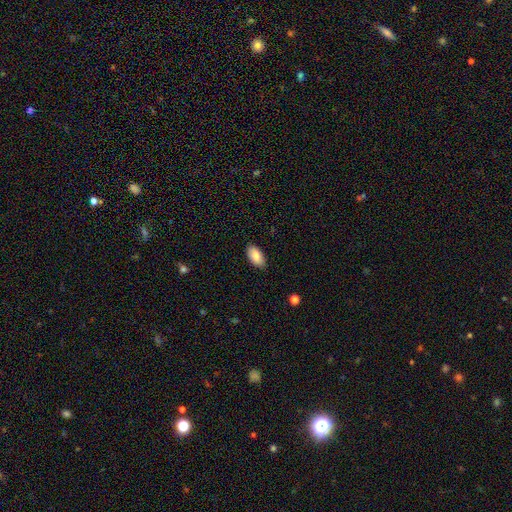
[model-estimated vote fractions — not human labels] This appears to be a smooth galaxy with no disk features (85%) that is in between round and cigar-shaped (94%). Merging: none (86%).